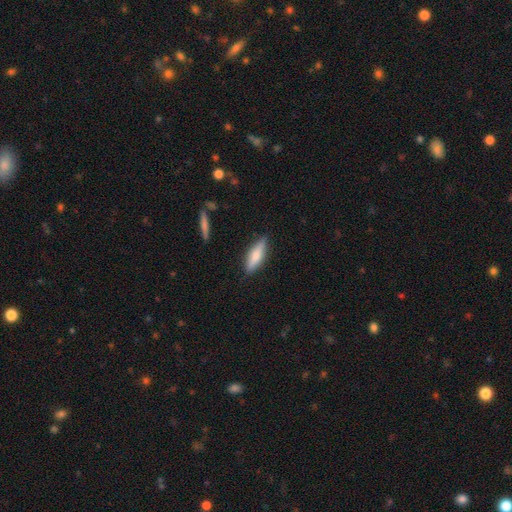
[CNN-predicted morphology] Smooth or featured: smooth — 67% (featured or disk — 27%)
How rounded: cigar-shaped — 57% (in between — 41%)
Merging: none — 85% (minor disturbance — 11%)